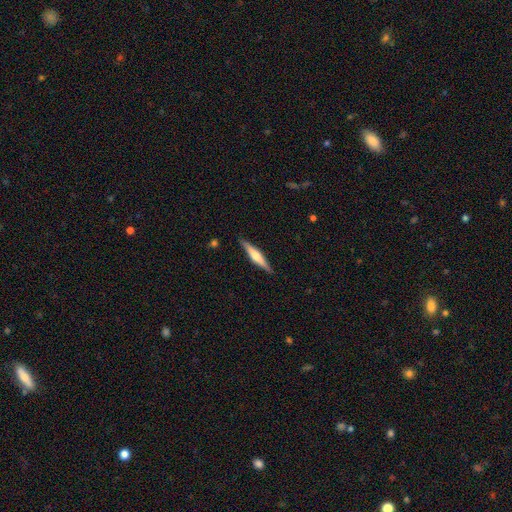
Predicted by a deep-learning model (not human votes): Q: Smooth or featured?
A: featured or disk (59%); runner-up: smooth (36%)
Q: Edge-on disk?
A: yes (97%); runner-up: no (3%)
Q: Edge-on bulge?
A: rounded (79%); runner-up: boxy (13%)
Q: Merging?
A: none (89%); runner-up: minor disturbance (8%)